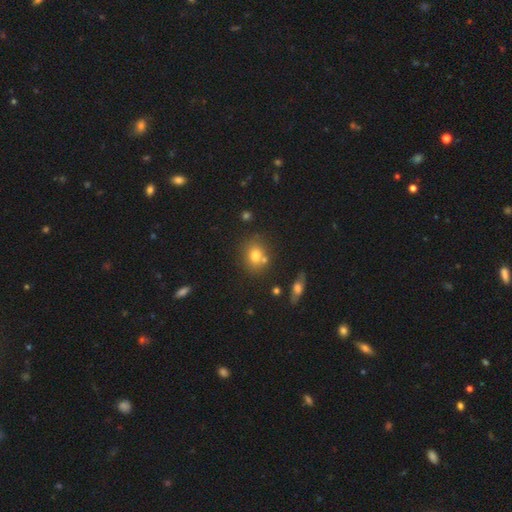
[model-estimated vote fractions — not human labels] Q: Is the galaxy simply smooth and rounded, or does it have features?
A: smooth — 76%.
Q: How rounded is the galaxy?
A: round — 61%.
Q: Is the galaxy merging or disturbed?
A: none — 65%.